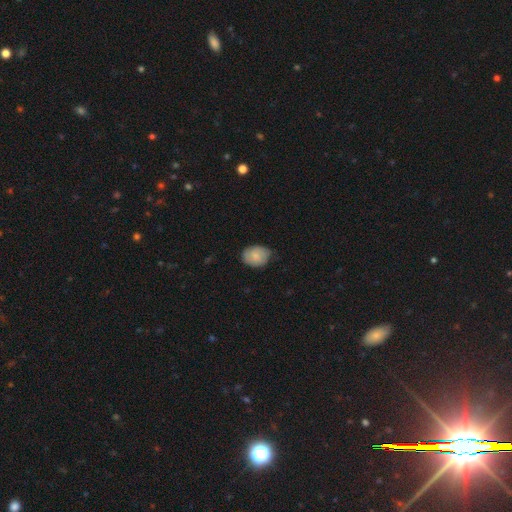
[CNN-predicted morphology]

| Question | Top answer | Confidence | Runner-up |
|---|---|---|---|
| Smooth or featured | smooth | 79% | featured or disk (14%) |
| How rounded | in between | 64% | round (35%) |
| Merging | none | 71% | minor disturbance (25%) |